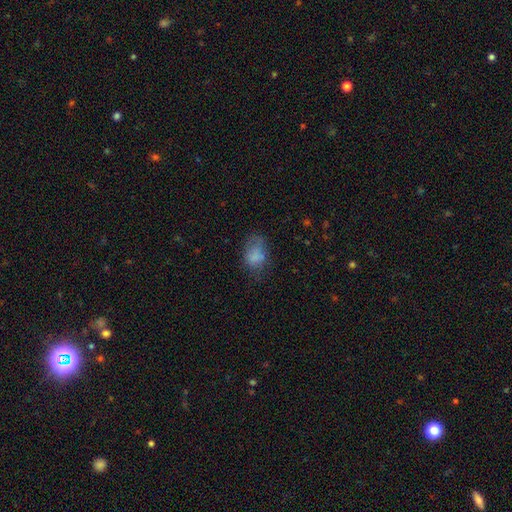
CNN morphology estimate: Overall: smooth (74%). How rounded: in between (80%). Merging: none (44%; minor disturbance 30%).